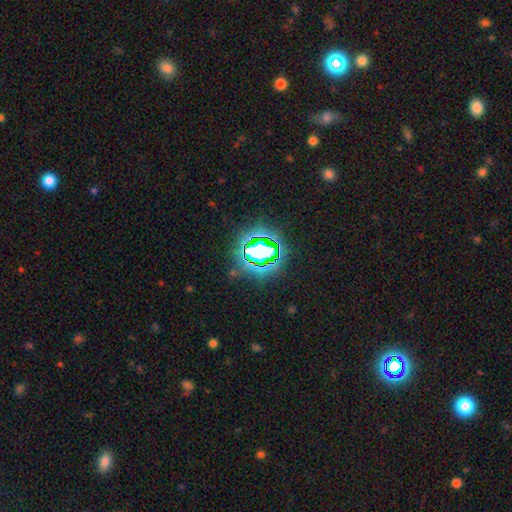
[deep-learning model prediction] Smooth or featured: star or artifact — 78% (smooth — 13%)